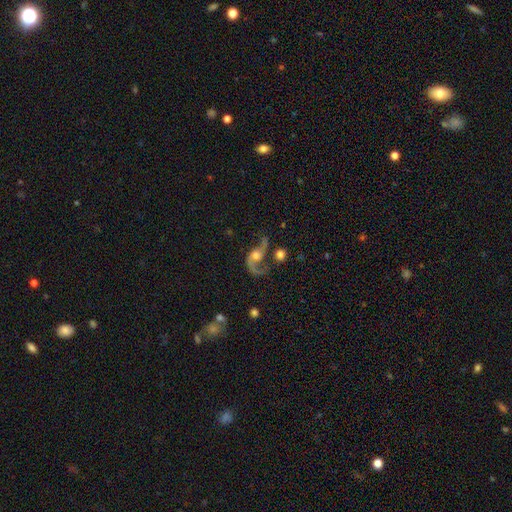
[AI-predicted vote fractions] Morphology: type=featured or disk (83%); edge-on=no (97%); bar=no (66%); spiral arms=yes (94%); winding=loose (76%); arm count=2 (80%); bulge=moderate (58%); merging=none (45%).